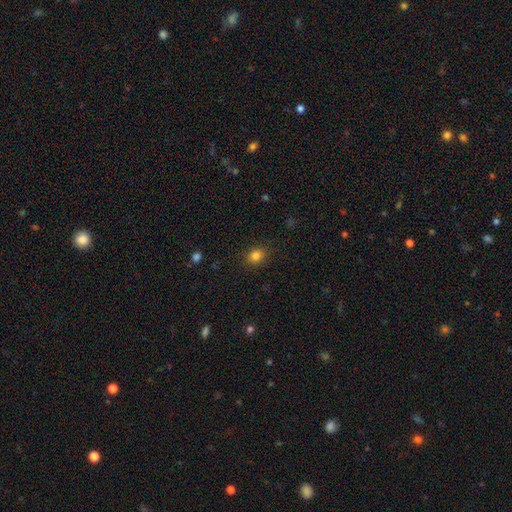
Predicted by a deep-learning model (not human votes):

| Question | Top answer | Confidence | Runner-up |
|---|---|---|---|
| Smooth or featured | smooth | 82% | star or artifact (12%) |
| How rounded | round | 68% | in between (31%) |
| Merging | none | 87% | minor disturbance (9%) |